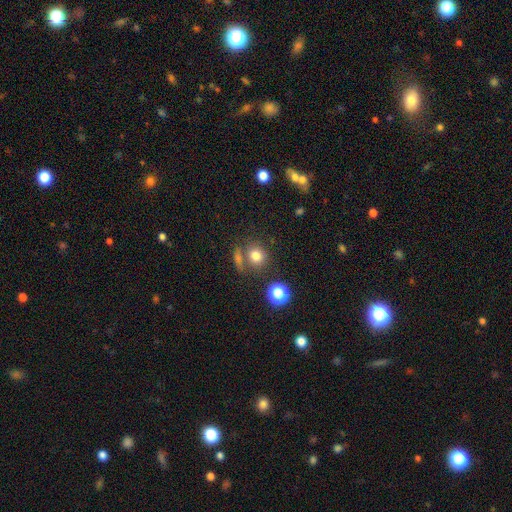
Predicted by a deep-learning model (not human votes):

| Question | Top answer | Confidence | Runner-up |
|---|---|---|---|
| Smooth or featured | smooth | 76% | star or artifact (14%) |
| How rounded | round | 78% | in between (21%) |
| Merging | none | 62% | merger (21%) |